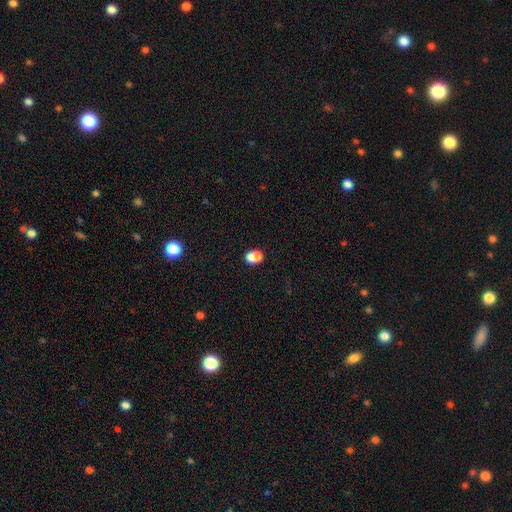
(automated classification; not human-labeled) smooth_or_featured: smooth (p=0.76) [alt: featured or disk p=0.12]
how_rounded: in between (p=0.60) [alt: round p=0.38]
merging: merger (p=0.43) [alt: none p=0.41]